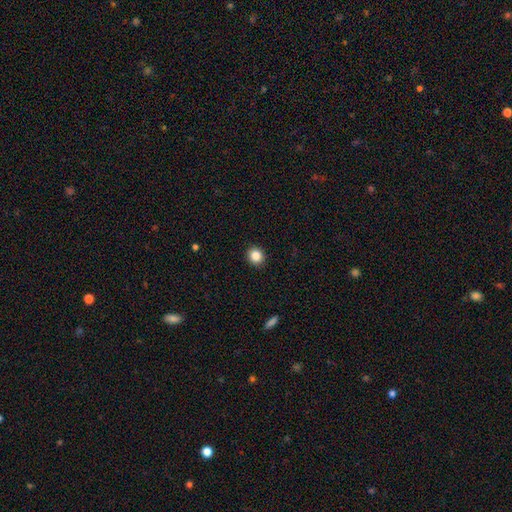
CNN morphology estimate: Smooth or featured: smooth — 86% (star or artifact — 10%)
How rounded: round — 83% (in between — 16%)
Merging: none — 92% (minor disturbance — 5%)